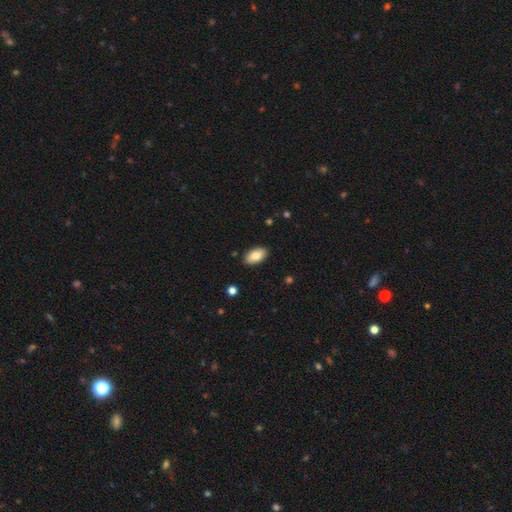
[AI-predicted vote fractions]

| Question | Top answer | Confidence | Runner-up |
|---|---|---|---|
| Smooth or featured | smooth | 83% | featured or disk (11%) |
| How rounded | in between | 94% | round (3%) |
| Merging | none | 88% | minor disturbance (9%) |